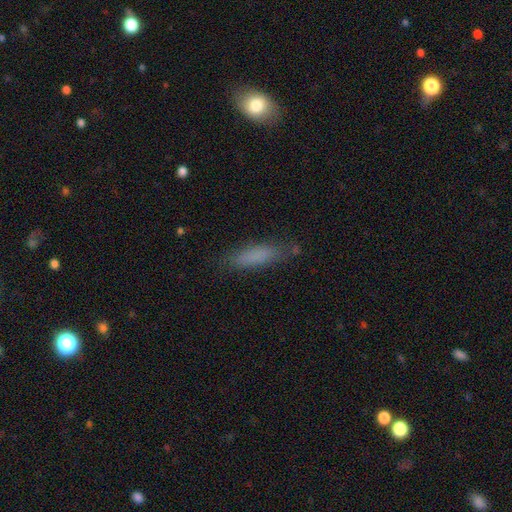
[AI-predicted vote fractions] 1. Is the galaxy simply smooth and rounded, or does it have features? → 79% smooth, 12% featured or disk, 9% star or artifact.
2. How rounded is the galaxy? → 66% cigar-shaped, 32% in between, 2% round.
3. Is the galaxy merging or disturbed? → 78% none, 15% minor disturbance, 4% major disturbance, 2% merger.